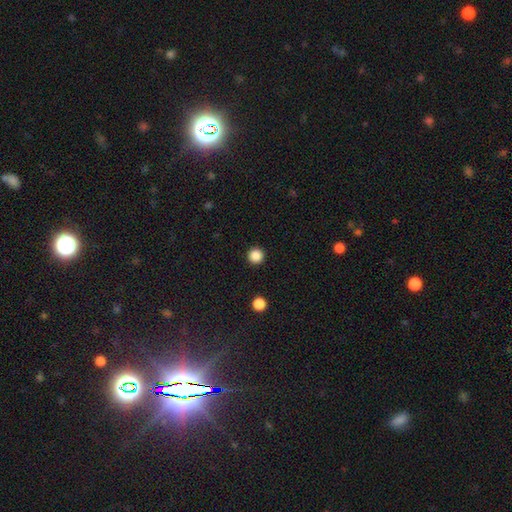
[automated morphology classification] smooth 86%, star or artifact 12%, featured or disk 3%. Down the decision tree: how rounded — round (96%); merging — none (93%).